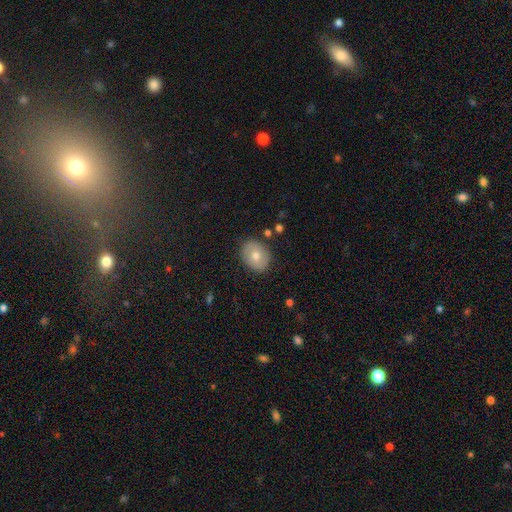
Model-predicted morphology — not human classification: Overall: smooth (67%). How rounded: in between (56%; round 43%). Merging: none (87%).